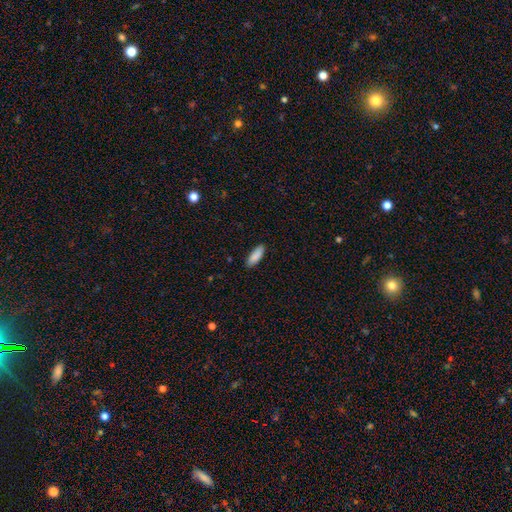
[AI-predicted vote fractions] Q: Smooth or featured?
A: smooth (89%); runner-up: star or artifact (6%)
Q: How rounded?
A: in between (59%); runner-up: cigar-shaped (40%)
Q: Merging?
A: none (89%); runner-up: minor disturbance (8%)